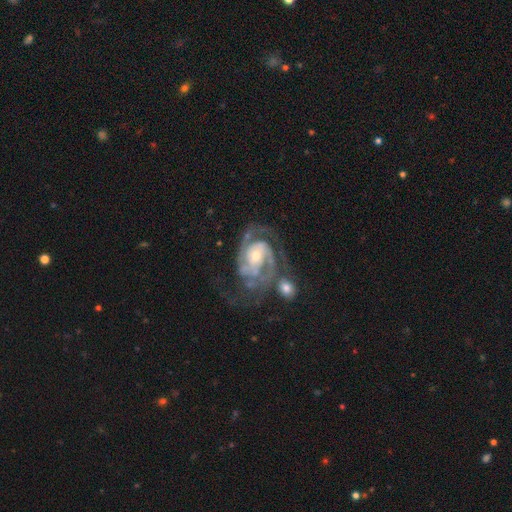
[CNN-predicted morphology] Smooth or featured? Predicted: featured or disk (p=0.91). Edge-on disk? Predicted: no (p=0.97). Bar? Predicted: no (p=0.61). Spiral arms? Predicted: yes (p=0.97). Spiral winding? Predicted: tight (p=0.54). Spiral arm count? Predicted: 2 (p=0.50). Bulge size? Predicted: moderate (p=0.49). Merging? Predicted: none (p=0.46).